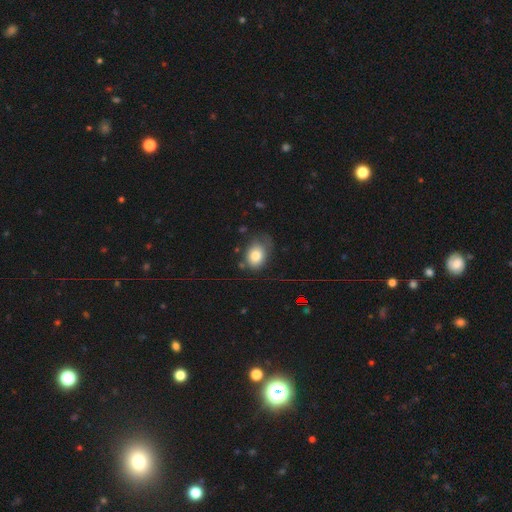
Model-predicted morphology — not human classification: A smooth galaxy with no disk features (79%) that is in between round and cigar-shaped (72%).

Vote fractions:
- Smooth or featured? smooth: 79% / featured or disk: 12% / star or artifact: 9%
- How rounded? in between: 72% / round: 27% / cigar-shaped: 1%
- Merging? none: 55% / minor disturbance: 30% / major disturbance: 12% / merger: 3%